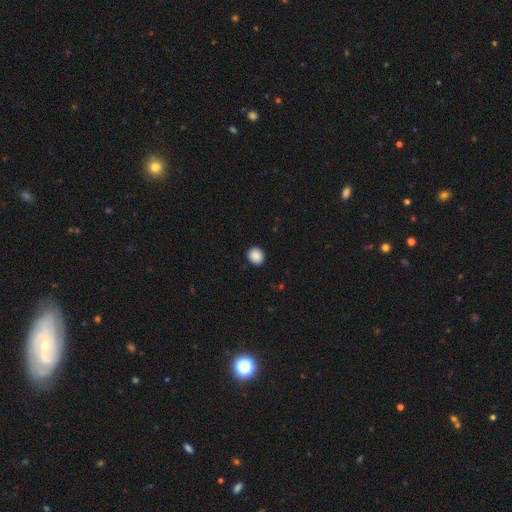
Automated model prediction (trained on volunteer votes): This is clearly a smooth galaxy (89%). How rounded: likely round (68%). Merging: clearly none (91%).